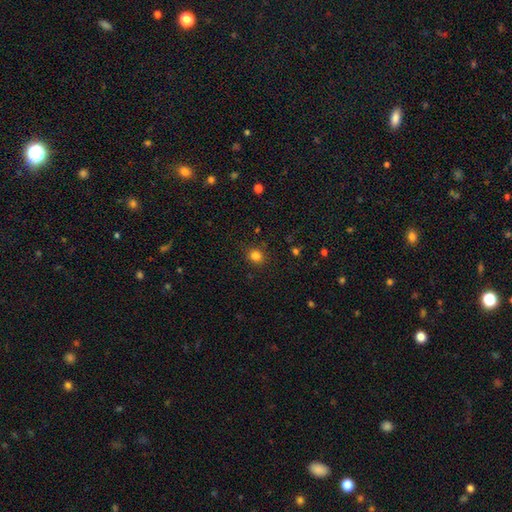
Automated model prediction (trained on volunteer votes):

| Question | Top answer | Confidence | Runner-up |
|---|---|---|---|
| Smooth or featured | smooth | 82% | star or artifact (13%) |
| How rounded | round | 80% | in between (20%) |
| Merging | none | 86% | minor disturbance (9%) |